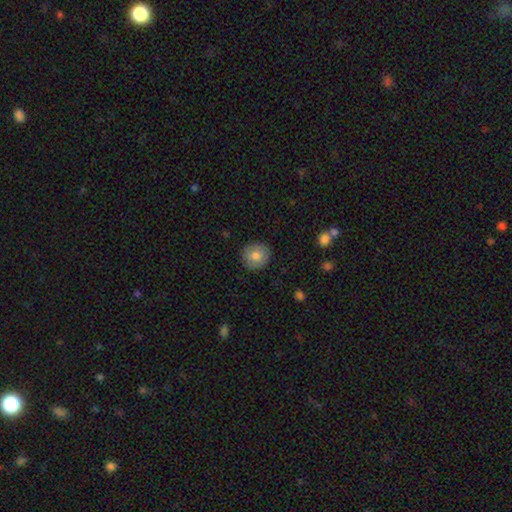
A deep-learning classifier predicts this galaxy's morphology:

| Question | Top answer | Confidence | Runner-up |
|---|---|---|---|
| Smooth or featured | smooth | 79% | featured or disk (13%) |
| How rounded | round | 91% | in between (8%) |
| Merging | none | 90% | minor disturbance (7%) |